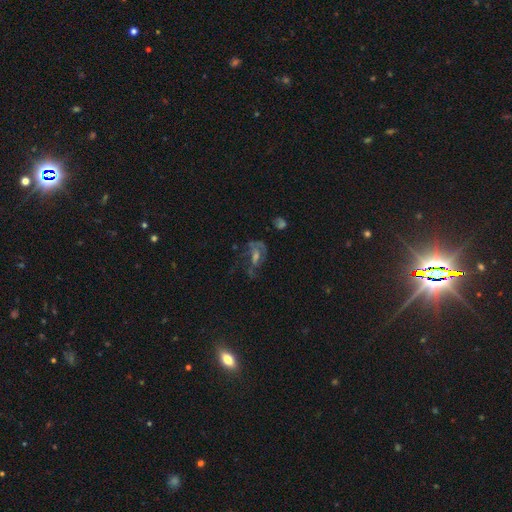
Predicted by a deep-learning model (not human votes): A featured or disk galaxy (58%) with no bar (47%), spiral arms (70%) and a moderate central bulge (40%). Merging: none (43%).